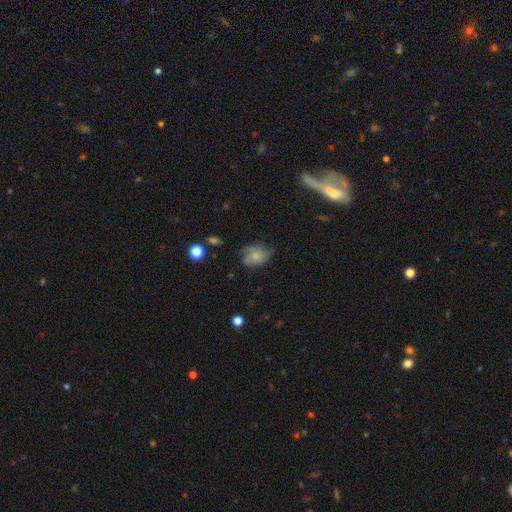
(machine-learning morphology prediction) Smooth or featured?
  - smooth: 67% *
  - featured or disk: 23%
  - star or artifact: 10%
How rounded?
  - in between: 65% *
  - round: 34%
  - cigar-shaped: 1%
Merging?
  - none: 54% *
  - minor disturbance: 30%
  - major disturbance: 13%
  - merger: 3%